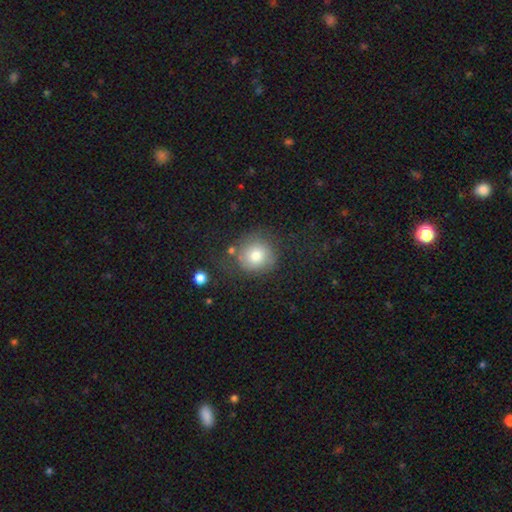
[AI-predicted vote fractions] Smooth or featured?
  - smooth: 76% *
  - featured or disk: 15%
  - star or artifact: 9%
How rounded?
  - round: 89% *
  - in between: 10%
  - cigar-shaped: 1%
Merging?
  - none: 67% *
  - minor disturbance: 17%
  - major disturbance: 11%
  - merger: 5%